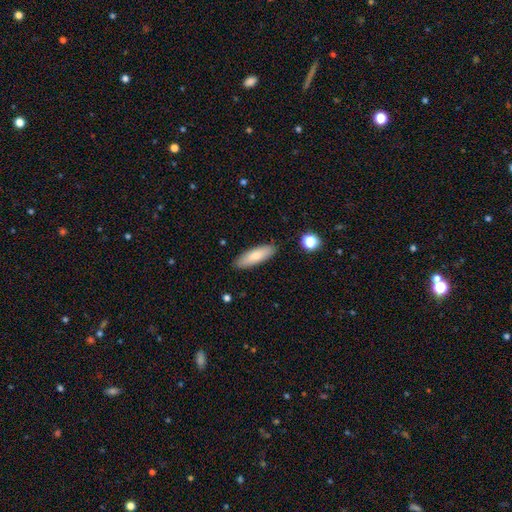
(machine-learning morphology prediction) Q: Smooth or featured?
A: smooth (78%); runner-up: featured or disk (16%)
Q: How rounded?
A: in between (51%); runner-up: cigar-shaped (48%)
Q: Merging?
A: none (88%); runner-up: minor disturbance (9%)